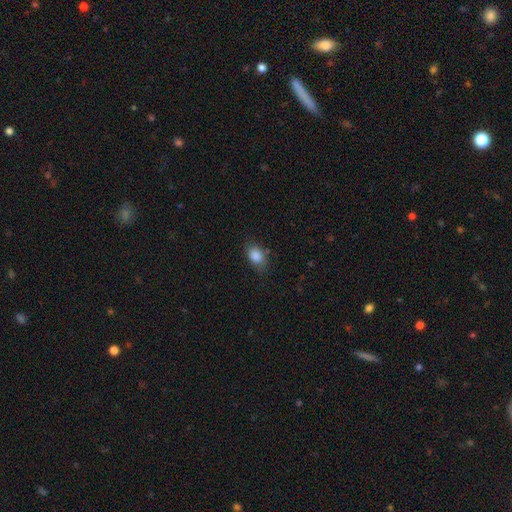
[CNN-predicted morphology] type=smooth (87%); roundness=in between (80%); merging=none (75%).